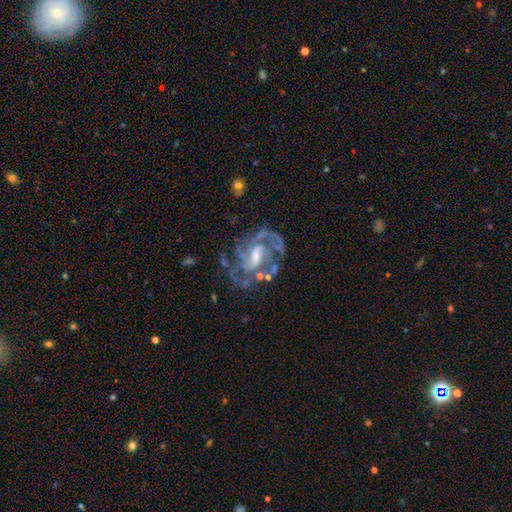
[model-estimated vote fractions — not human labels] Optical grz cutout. It shows a featured or disk galaxy (88%) with a weak bar (53%), 2 (38%) medium (49%) spiral arms (95%) and a moderate central bulge (47%). Merging: none (62%).